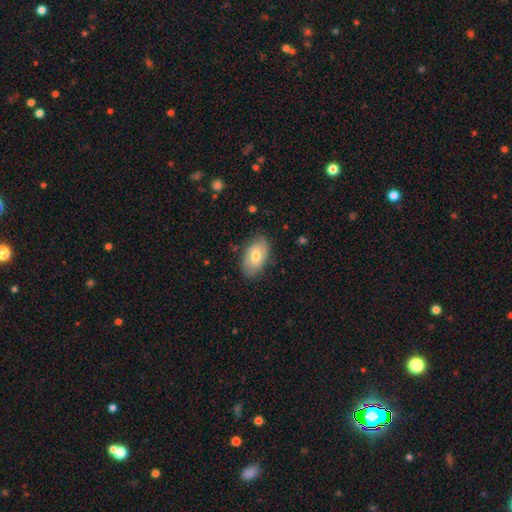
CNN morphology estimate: Q: Smooth or featured?
A: smooth (66%); runner-up: featured or disk (28%)
Q: How rounded?
A: in between (93%); runner-up: round (5%)
Q: Merging?
A: none (80%); runner-up: minor disturbance (15%)